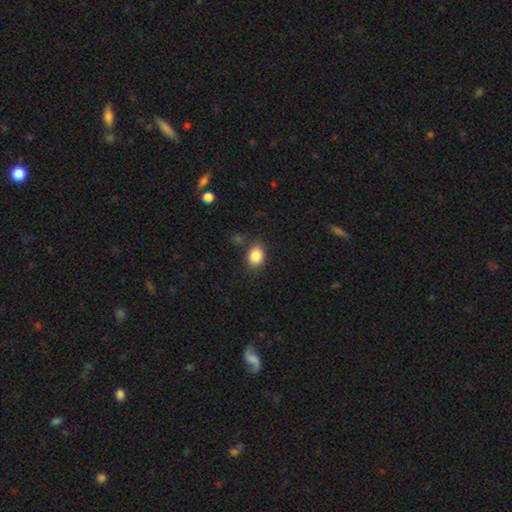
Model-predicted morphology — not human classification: Smooth or featured: smooth — 86% (star or artifact — 9%)
How rounded: in between — 50% (round — 49%)
Merging: none — 79% (minor disturbance — 12%)